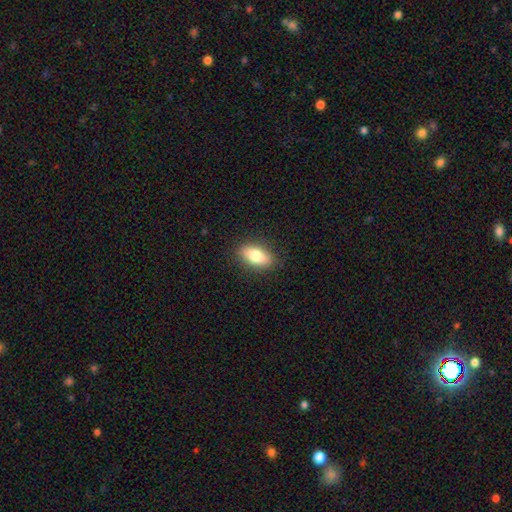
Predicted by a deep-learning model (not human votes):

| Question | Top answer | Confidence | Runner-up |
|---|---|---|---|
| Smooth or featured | smooth | 78% | featured or disk (15%) |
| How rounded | in between | 86% | cigar-shaped (9%) |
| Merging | none | 88% | minor disturbance (9%) |